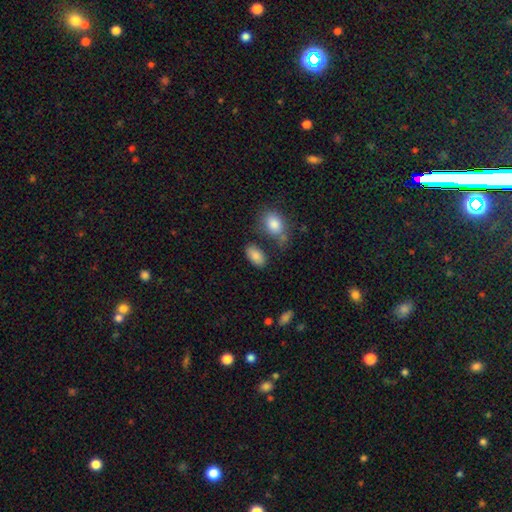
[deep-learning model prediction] Smooth or featured? Predicted: smooth (p=0.86). How rounded? Predicted: in between (p=0.93). Merging? Predicted: none (p=0.73).